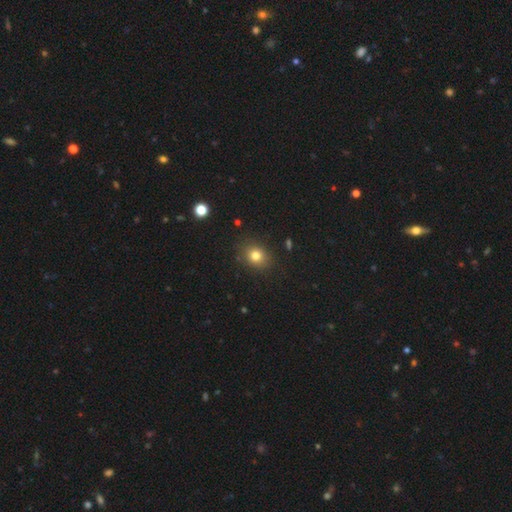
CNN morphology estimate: smooth-or-featured: smooth: 79% | star or artifact: 13% | featured or disk: 8%
  how-rounded: round: 61% | in between: 38% | cigar-shaped: 1%
  merging: none: 86% | minor disturbance: 10% | major disturbance: 3% | merger: 2%